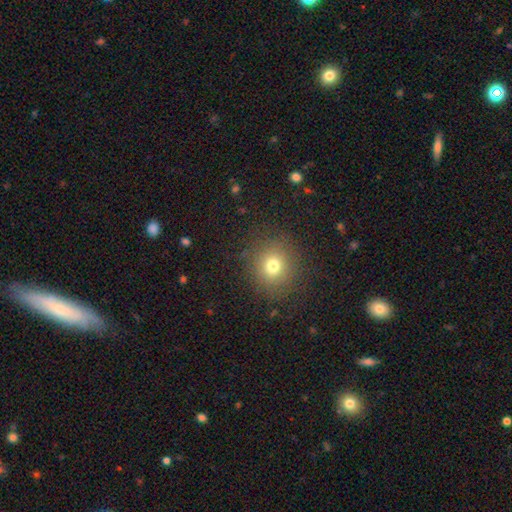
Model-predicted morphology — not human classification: Smooth or featured? Predicted: smooth (p=0.72). How rounded? Predicted: round (p=0.90). Merging? Predicted: none (p=0.91).